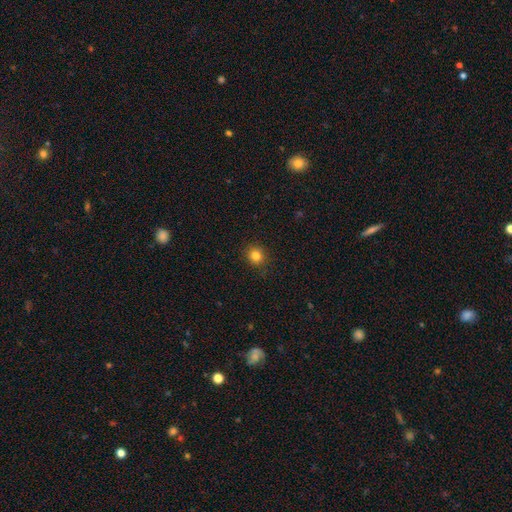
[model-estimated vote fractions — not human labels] This appears to be a smooth galaxy with no disk features (82%) that is round (90%). Merging: none (90%).